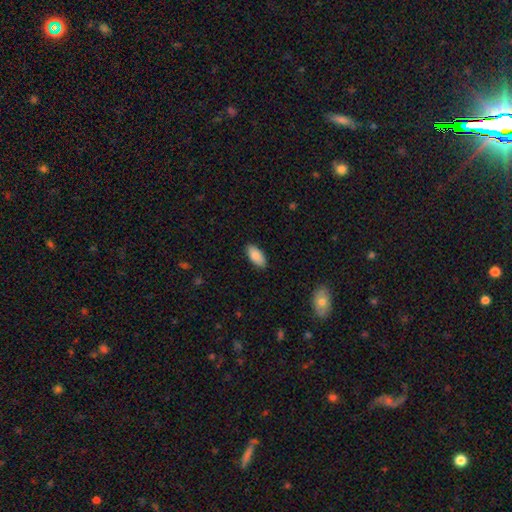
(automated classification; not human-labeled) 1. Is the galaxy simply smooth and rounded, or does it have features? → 88% smooth, 6% featured or disk, 6% star or artifact.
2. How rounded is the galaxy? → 91% in between, 7% cigar-shaped, 2% round.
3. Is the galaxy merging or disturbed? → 88% none, 9% minor disturbance, 2% major disturbance, 1% merger.